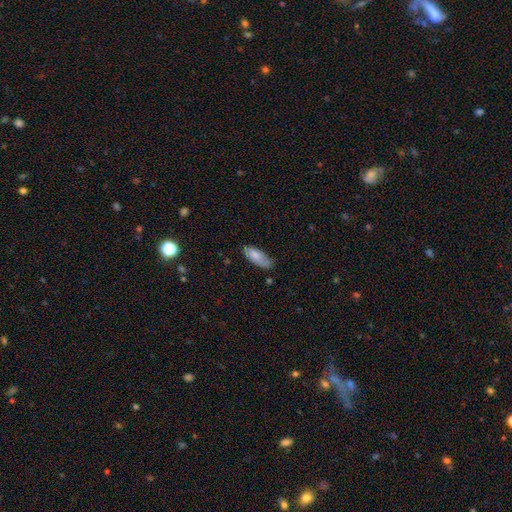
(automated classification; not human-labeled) This is clearly a smooth galaxy (83%). How rounded: likely in between (76%). Merging: likely none (66%).